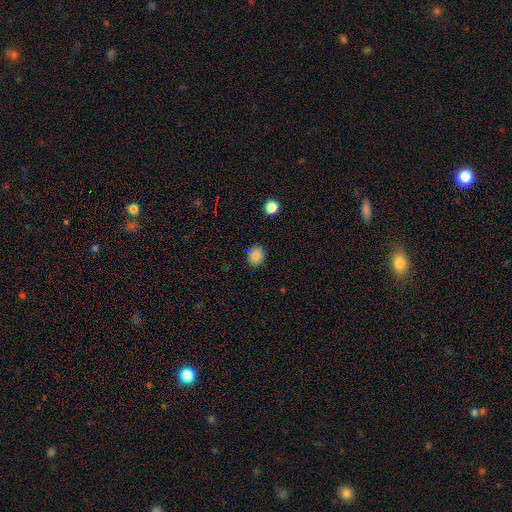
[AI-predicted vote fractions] A smooth galaxy with no disk features (83%) that is in between round and cigar-shaped (53%).

Vote fractions:
- Smooth or featured? smooth: 83% / star or artifact: 11% / featured or disk: 6%
- How rounded? in between: 53% / round: 46% / cigar-shaped: 1%
- Merging? none: 76% / minor disturbance: 16% / merger: 5% / major disturbance: 3%